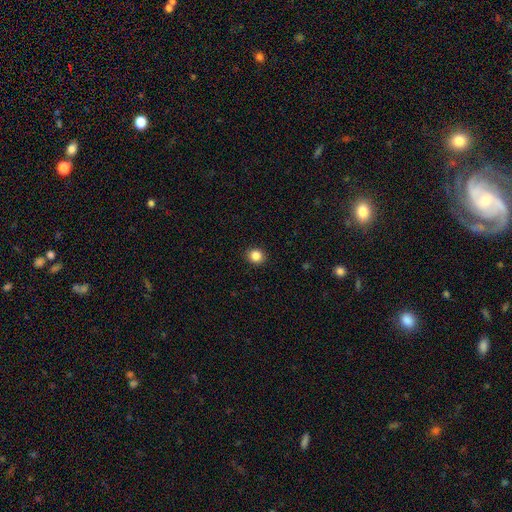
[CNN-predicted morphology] Smooth or featured: smooth — 86% (star or artifact — 10%)
How rounded: round — 84% (in between — 15%)
Merging: none — 92% (minor disturbance — 6%)